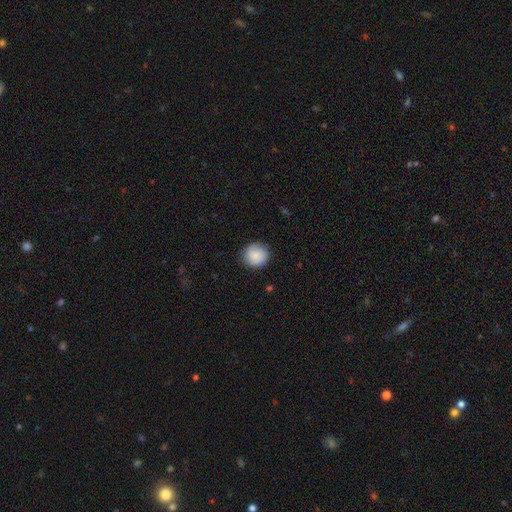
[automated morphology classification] This is clearly a smooth galaxy (80%). How rounded: clearly round (90%). Merging: clearly none (85%).